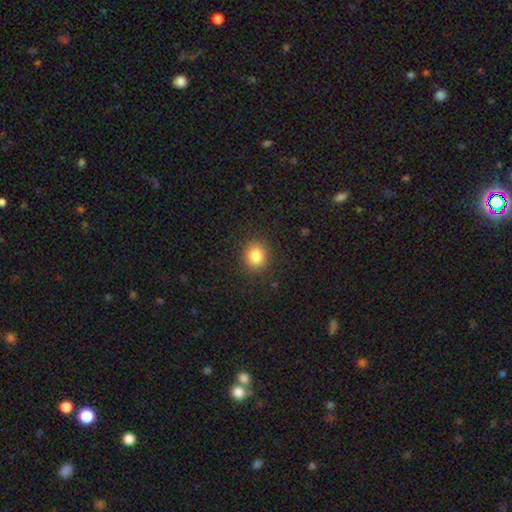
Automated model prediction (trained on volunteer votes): smooth-or-featured: smooth: 84% | star or artifact: 11% | featured or disk: 6%
  how-rounded: round: 83% | in between: 16% | cigar-shaped: 1%
  merging: none: 90% | minor disturbance: 6% | major disturbance: 2% | merger: 1%